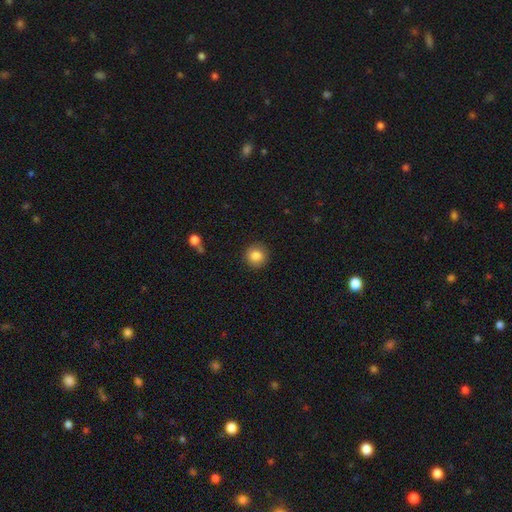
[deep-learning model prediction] Smooth or featured?
  - smooth: 85% *
  - star or artifact: 9%
  - featured or disk: 6%
How rounded?
  - round: 93% *
  - in between: 6%
  - cigar-shaped: 1%
Merging?
  - none: 90% *
  - minor disturbance: 7%
  - major disturbance: 2%
  - merger: 1%